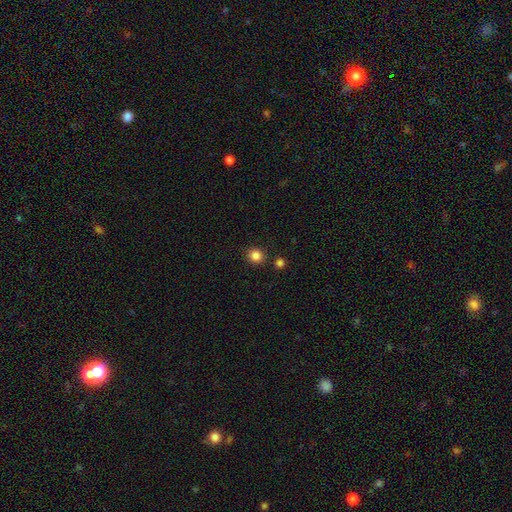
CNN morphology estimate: Smooth or featured?
  - smooth: 84% *
  - star or artifact: 12%
  - featured or disk: 4%
How rounded?
  - round: 84% *
  - in between: 15%
  - cigar-shaped: 1%
Merging?
  - none: 87% *
  - minor disturbance: 7%
  - merger: 4%
  - major disturbance: 2%